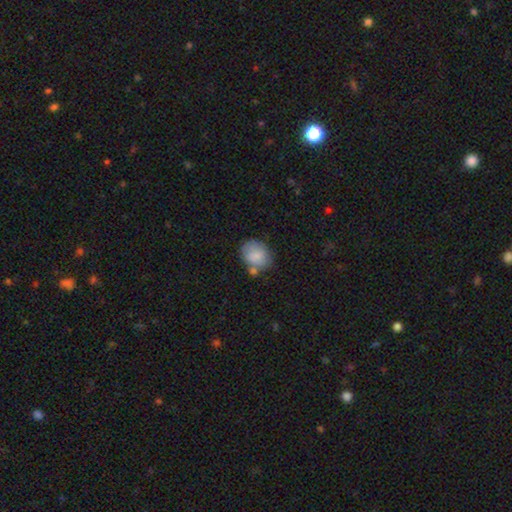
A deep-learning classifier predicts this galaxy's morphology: Smooth or featured? Predicted: smooth (p=0.80). How rounded? Predicted: round (p=0.52). Merging? Predicted: none (p=0.59).